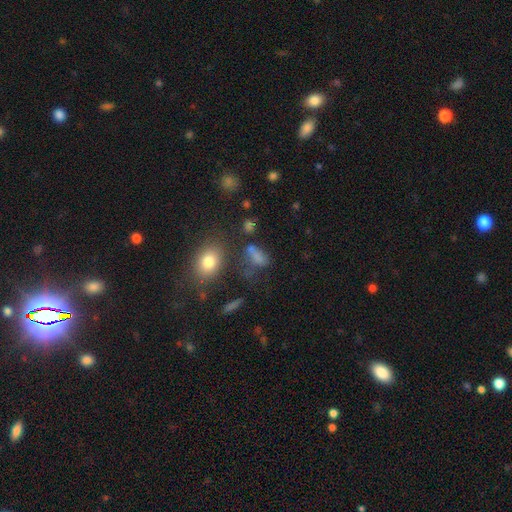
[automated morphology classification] Smooth or featured?
  - smooth: 70% *
  - star or artifact: 18%
  - featured or disk: 12%
How rounded?
  - in between: 70% *
  - cigar-shaped: 15%
  - round: 15%
Merging?
  - none: 45% *
  - minor disturbance: 20%
  - merger: 19%
  - major disturbance: 17%